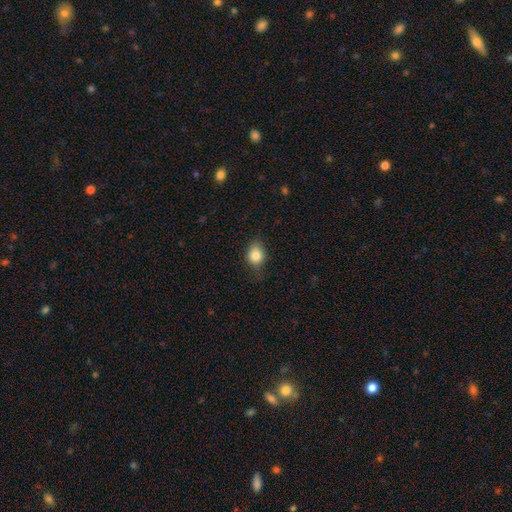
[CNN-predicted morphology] smooth-or-featured: smooth: 84% | star or artifact: 9% | featured or disk: 7%
  how-rounded: in between: 51% | round: 47% | cigar-shaped: 1%
  merging: none: 68% | minor disturbance: 24% | major disturbance: 6% | merger: 1%